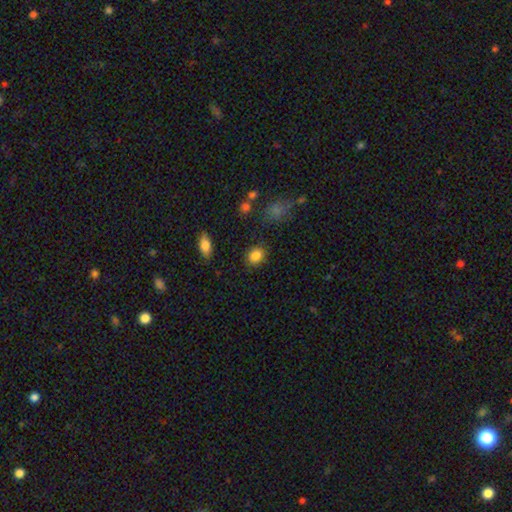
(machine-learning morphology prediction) Smooth or featured?
  - smooth: 85% *
  - star or artifact: 9%
  - featured or disk: 6%
How rounded?
  - in between: 54% *
  - round: 45%
  - cigar-shaped: 1%
Merging?
  - none: 84% *
  - minor disturbance: 11%
  - major disturbance: 3%
  - merger: 2%